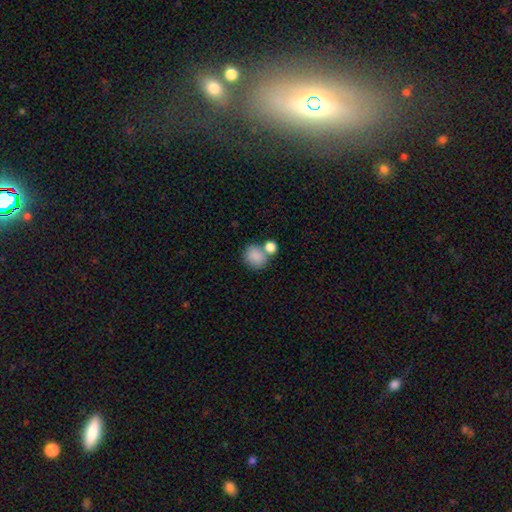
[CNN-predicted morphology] Overall: smooth (85%). How rounded: round (70%). Merging: none (50%; merger 33%).